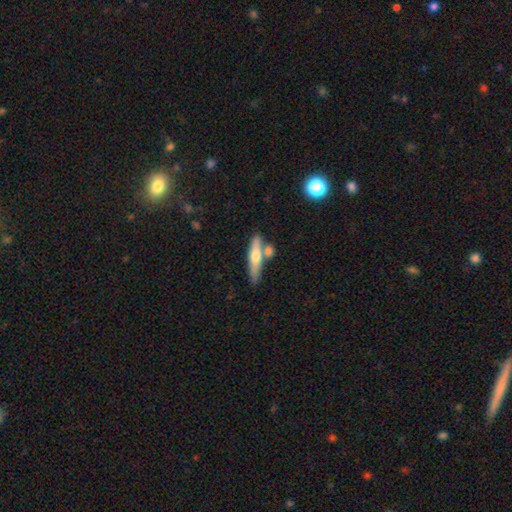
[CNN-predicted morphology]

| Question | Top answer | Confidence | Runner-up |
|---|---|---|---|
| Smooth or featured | smooth | 57% | featured or disk (37%) |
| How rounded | cigar-shaped | 79% | in between (19%) |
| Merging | none | 60% | merger (22%) |